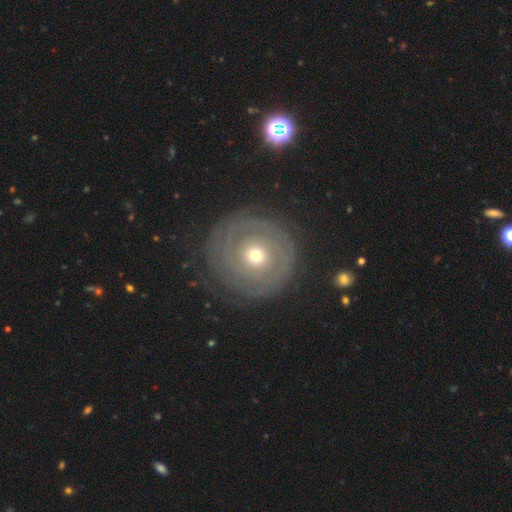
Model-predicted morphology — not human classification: The model was most divided on "bulge size": small: 50%, moderate: 44%, large: 3%, dominant: 1%, none: 1%. Remaining: edge-on disk — no (97%); bar — no (86%); spiral winding — tight (83%); merging — none (80%); spiral arms — yes (75%); smooth or featured — featured or disk (72%); spiral arm count — can't tell (42%).